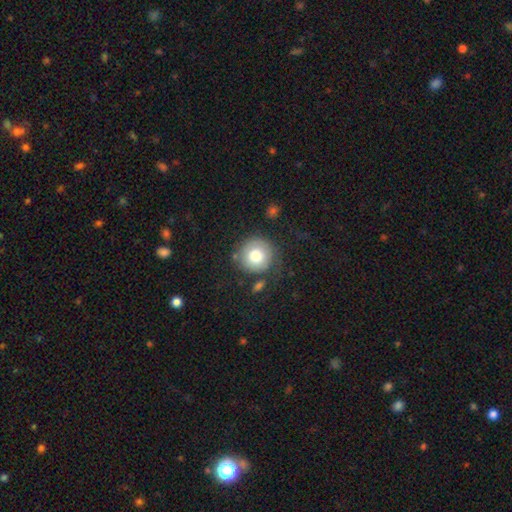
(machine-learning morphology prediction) A smooth galaxy with no disk features (76%) that is round (94%).

Vote fractions:
- Smooth or featured? smooth: 76% / featured or disk: 16% / star or artifact: 9%
- How rounded? round: 94% / in between: 5% / cigar-shaped: 1%
- Merging? none: 74% / minor disturbance: 15% / major disturbance: 7% / merger: 5%